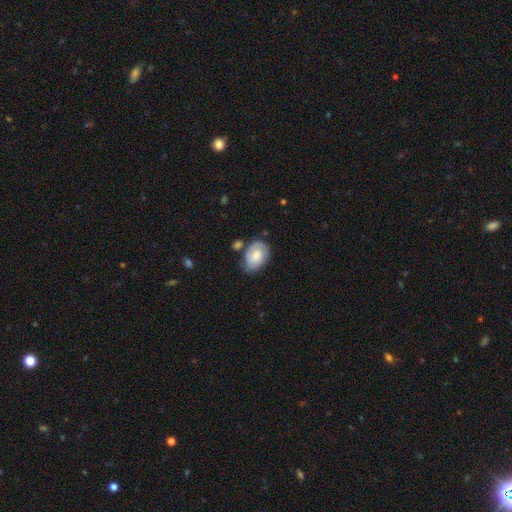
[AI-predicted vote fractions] Smooth or featured? Predicted: smooth (p=0.56). How rounded? Predicted: in between (p=0.81). Merging? Predicted: none (p=0.59).